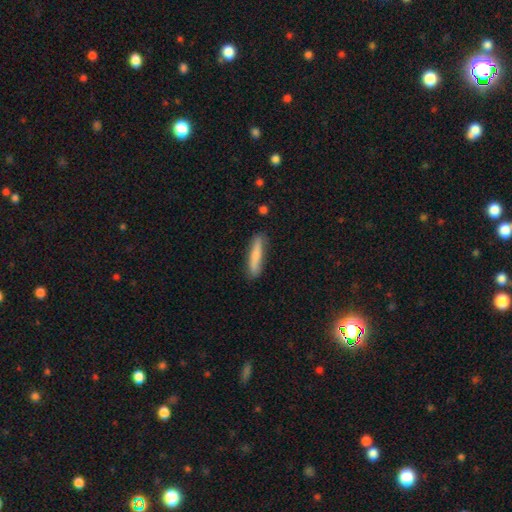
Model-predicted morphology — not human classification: Smooth or featured? Predicted: smooth (p=0.73). How rounded? Predicted: cigar-shaped (p=0.88). Merging? Predicted: none (p=0.84).